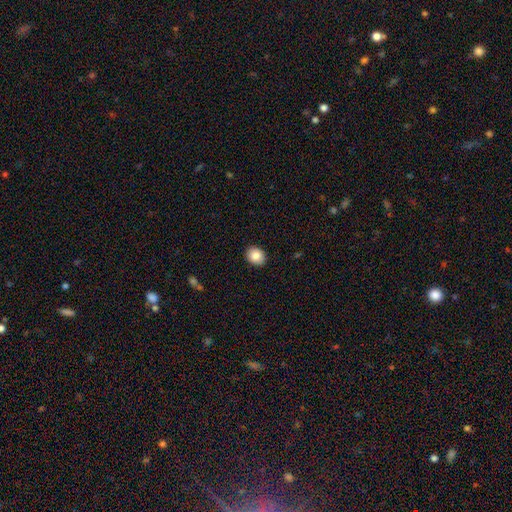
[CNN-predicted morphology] Smooth or featured? Predicted: smooth (p=0.86). How rounded? Predicted: in between (p=0.52). Merging? Predicted: none (p=0.91).